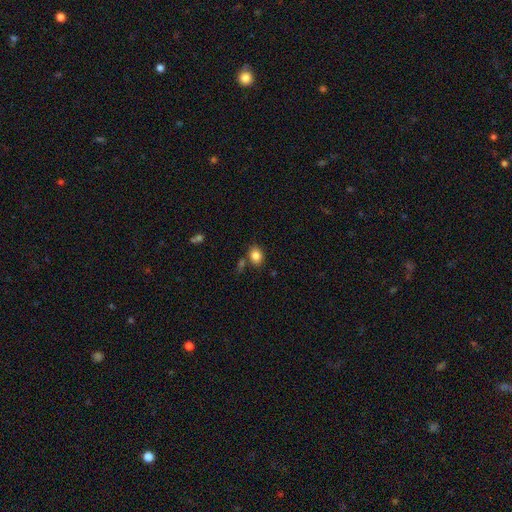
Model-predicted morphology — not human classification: smooth-or-featured: smooth: 84% | star or artifact: 10% | featured or disk: 6%
  how-rounded: in between: 53% | round: 46% | cigar-shaped: 1%
  merging: none: 76% | minor disturbance: 12% | merger: 8% | major disturbance: 4%